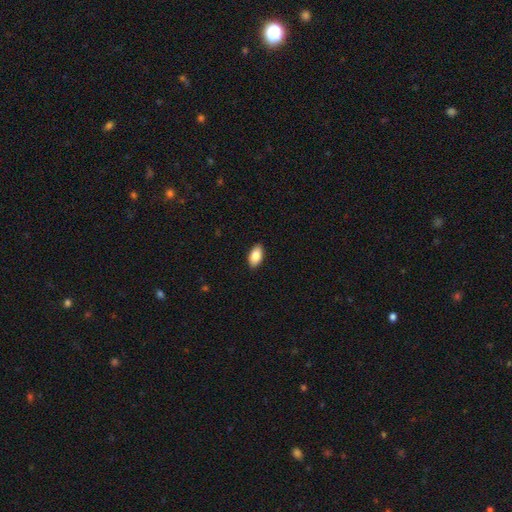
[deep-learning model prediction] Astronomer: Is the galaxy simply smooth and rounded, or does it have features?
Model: smooth — 85%.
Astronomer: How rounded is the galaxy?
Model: in between — 93%.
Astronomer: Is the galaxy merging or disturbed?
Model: none — 90%.